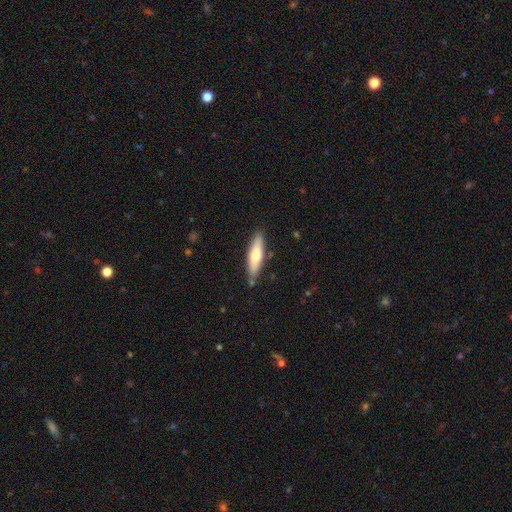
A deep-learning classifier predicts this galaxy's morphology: Q: Smooth or featured?
A: smooth (64%); runner-up: featured or disk (31%)
Q: How rounded?
A: cigar-shaped (66%); runner-up: in between (32%)
Q: Merging?
A: none (81%); runner-up: minor disturbance (13%)